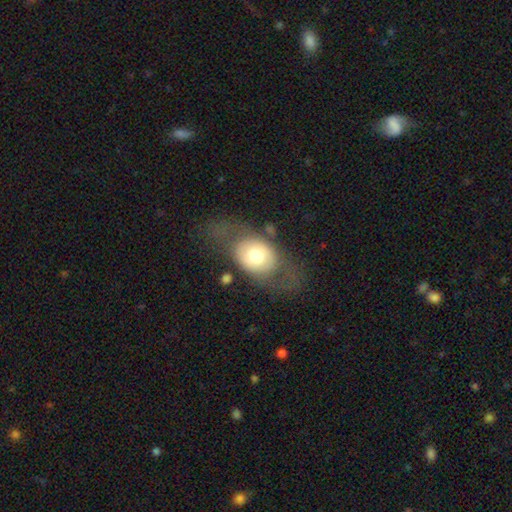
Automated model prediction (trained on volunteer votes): This appears to be a smooth galaxy with no disk features (58%) that is in between round and cigar-shaped (71%). Merging: none (58%).